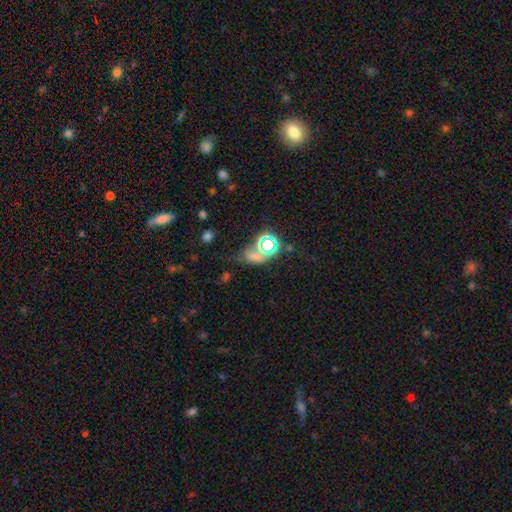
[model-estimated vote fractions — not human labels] Smooth or featured? star or artifact (51%)